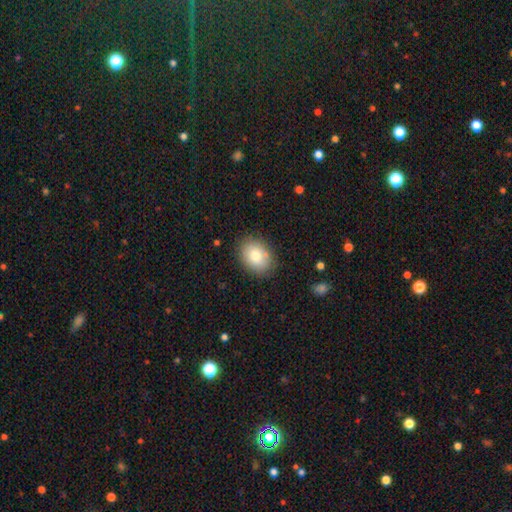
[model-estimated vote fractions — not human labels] Smooth or featured? Predicted: smooth (p=0.79). How rounded? Predicted: in between (p=0.68). Merging? Predicted: none (p=0.85).